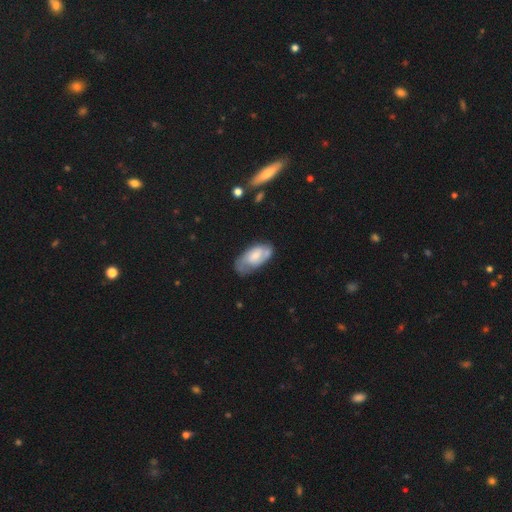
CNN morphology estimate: The model was most divided on "smooth or featured": featured or disk: 47%, smooth: 46%, star or artifact: 6%. More confident: merging — none (53%).